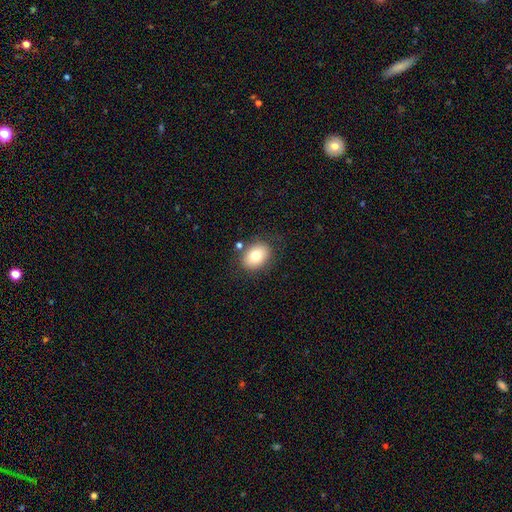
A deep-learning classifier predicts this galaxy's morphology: Smooth or featured? smooth (79%)
How rounded? in between (65%)
Merging? none (80%)